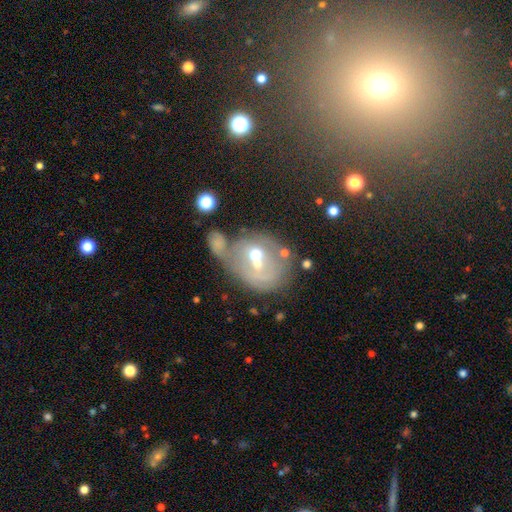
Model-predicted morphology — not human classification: This appears to be a featured or disk galaxy (48%). Merging: merger (50%).